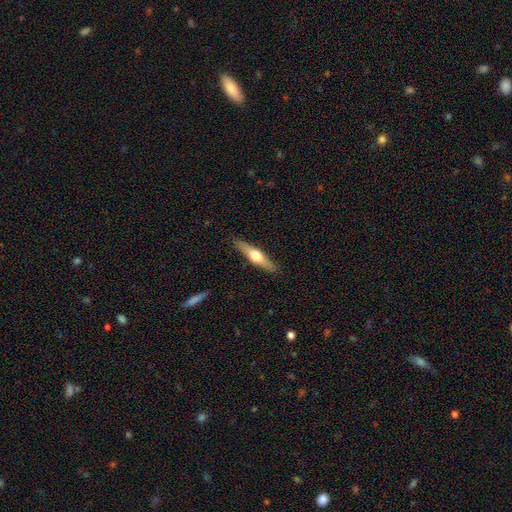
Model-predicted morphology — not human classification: A featured or disk galaxy (54%) viewed edge-on (93%) with a rounded central bulge (95%).

Vote fractions:
- Smooth or featured? featured or disk: 54% / smooth: 40% / star or artifact: 5%
- Edge-on disk? yes: 93% / no: 7%
- Edge-on bulge? rounded: 95% / boxy: 3% / none: 3%
- Merging? none: 89% / minor disturbance: 8% / major disturbance: 2% / merger: 1%